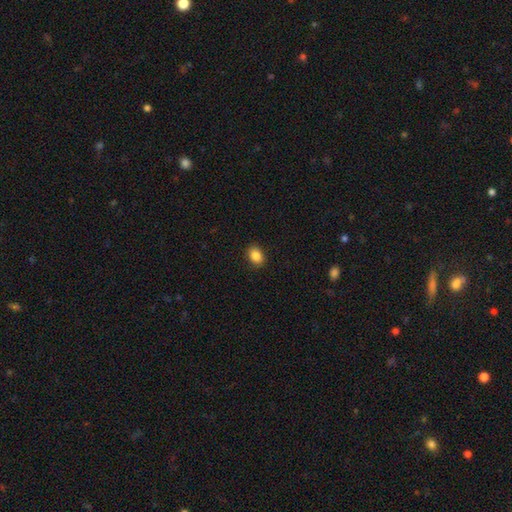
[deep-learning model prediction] smooth_or_featured: smooth (p=0.87) [alt: star or artifact p=0.09]
how_rounded: in between (p=0.74) [alt: round p=0.24]
merging: none (p=0.89) [alt: minor disturbance p=0.08]